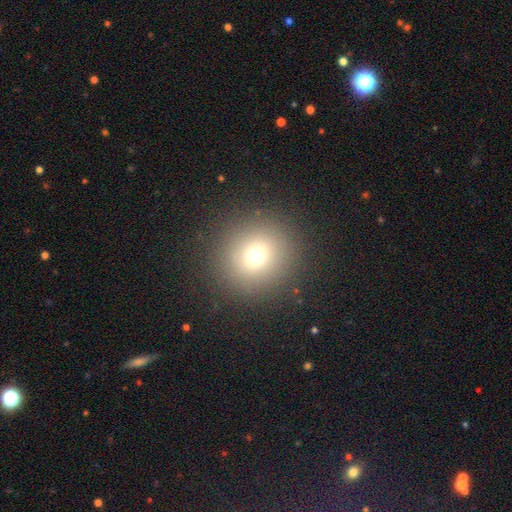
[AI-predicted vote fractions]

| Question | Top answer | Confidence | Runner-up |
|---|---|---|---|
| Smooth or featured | smooth | 72% | star or artifact (18%) |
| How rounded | round | 91% | in between (8%) |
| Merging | none | 90% | minor disturbance (6%) |